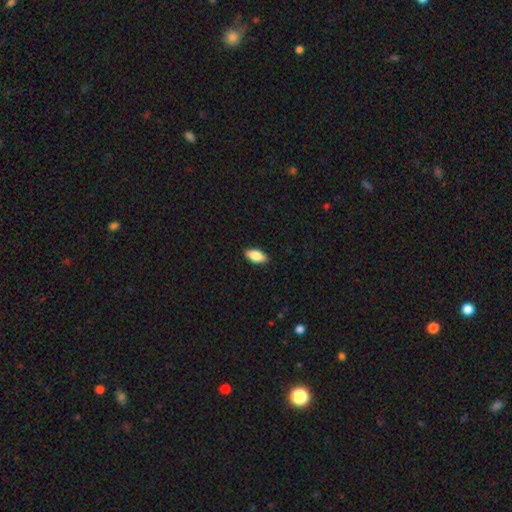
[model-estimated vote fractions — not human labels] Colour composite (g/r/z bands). It shows a smooth galaxy with no disk features (84%) that is in between round and cigar-shaped (89%). Merging: none (90%).